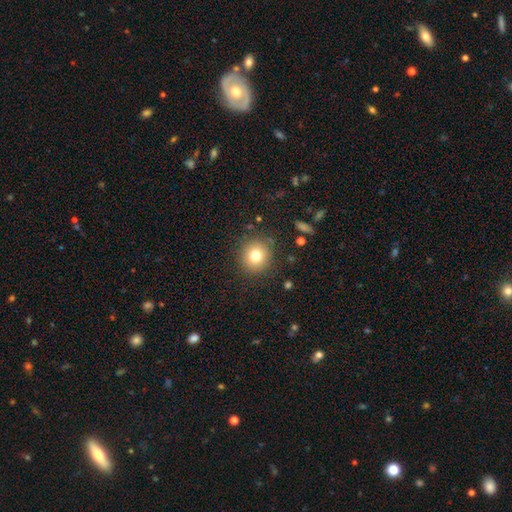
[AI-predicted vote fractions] Smooth or featured: smooth — 76% (star or artifact — 13%)
How rounded: round — 90% (in between — 9%)
Merging: none — 87% (minor disturbance — 8%)